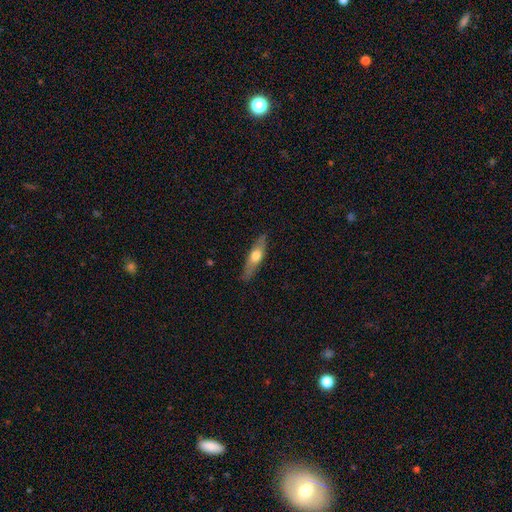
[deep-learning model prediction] This appears to be a smooth galaxy with no disk features (50%). Merging: none (84%).